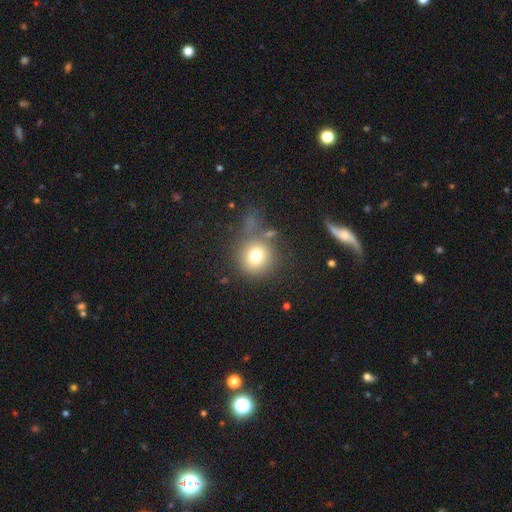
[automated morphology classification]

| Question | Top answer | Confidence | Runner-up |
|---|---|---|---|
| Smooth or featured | smooth | 75% | star or artifact (13%) |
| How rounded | round | 92% | in between (7%) |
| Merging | none | 62% | minor disturbance (16%) |